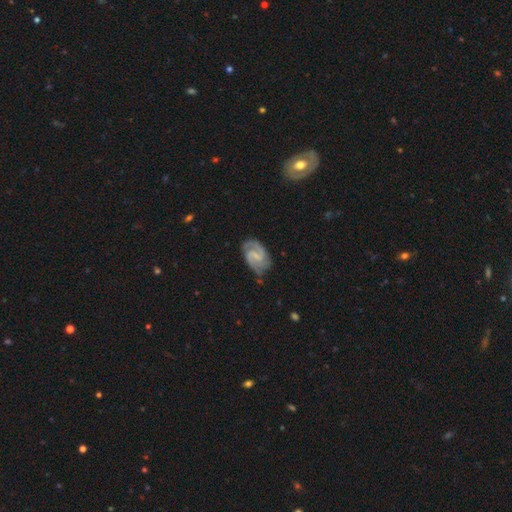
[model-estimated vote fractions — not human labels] Smooth or featured? featured or disk (87%)
Edge-on disk? no (98%)
Bar? weak (55%)
Spiral arms? yes (97%)
Spiral winding? medium (52%)
Spiral arm count? 2 (89%)
Bulge size? small (49%)
Merging? none (74%)